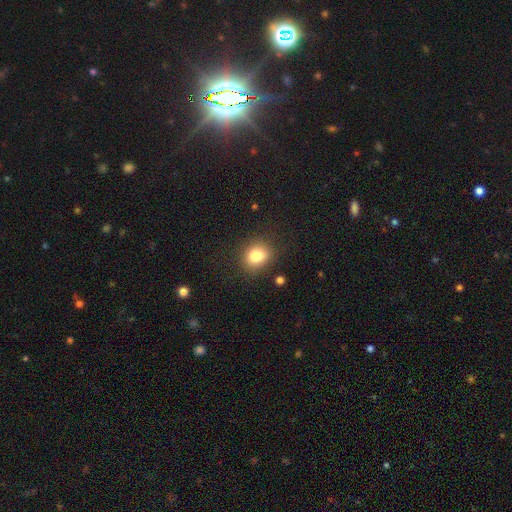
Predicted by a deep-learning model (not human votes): A smooth galaxy with no disk features (83%) that is round (57%).

Vote fractions:
- Smooth or featured? smooth: 83% / star or artifact: 10% / featured or disk: 7%
- How rounded? round: 57% / in between: 42% / cigar-shaped: 1%
- Merging? none: 80% / minor disturbance: 13% / major disturbance: 4% / merger: 2%